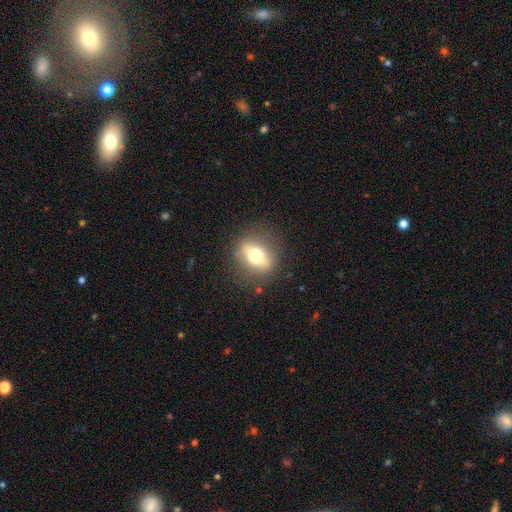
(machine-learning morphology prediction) Q: Smooth or featured?
A: smooth (56%); runner-up: featured or disk (34%)
Q: How rounded?
A: in between (53%); runner-up: round (42%)
Q: Merging?
A: none (82%); runner-up: minor disturbance (11%)